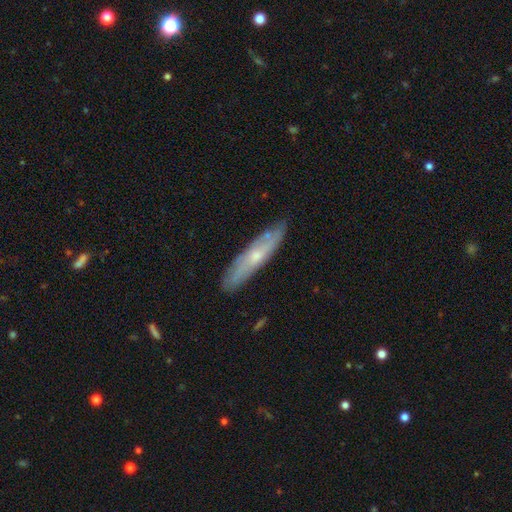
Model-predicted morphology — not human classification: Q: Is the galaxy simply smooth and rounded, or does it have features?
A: featured or disk — 56%.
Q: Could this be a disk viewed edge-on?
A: yes — 58%.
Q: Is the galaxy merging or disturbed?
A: none — 81%.